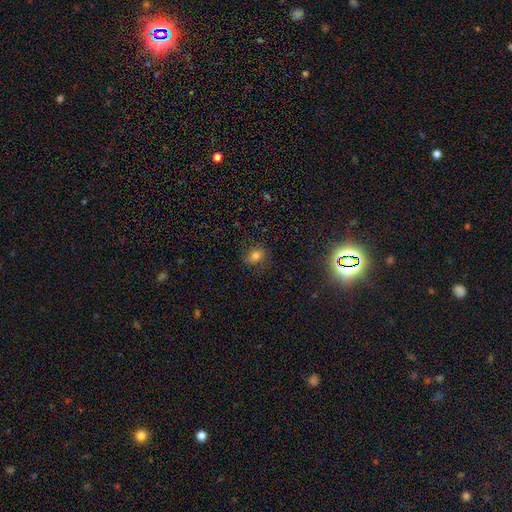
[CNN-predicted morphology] Smooth or featured: smooth — 73% (star or artifact — 16%)
How rounded: in between — 53% (round — 46%)
Merging: none — 76% (minor disturbance — 16%)